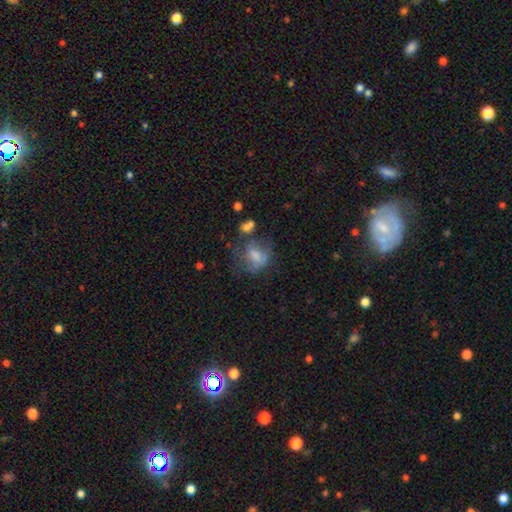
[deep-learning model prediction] smooth 50%, featured or disk 35%, star or artifact 15%. Down the decision tree: merging — none (40%).